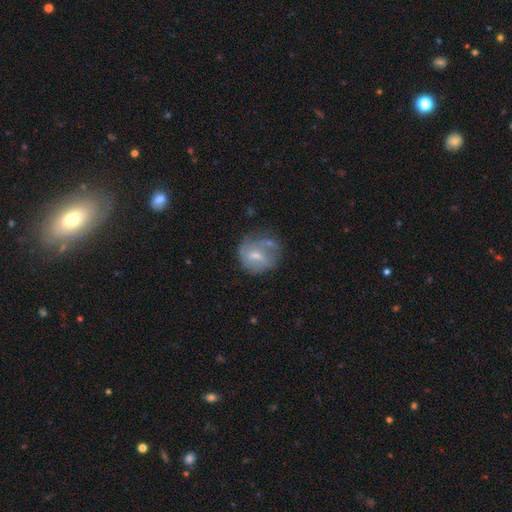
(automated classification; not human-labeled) Morphology: type=featured or disk (53%); edge-on=no (97%); bar=weak (52%); spiral arms=yes (57%); bulge=small (47%); merging=none (43%).